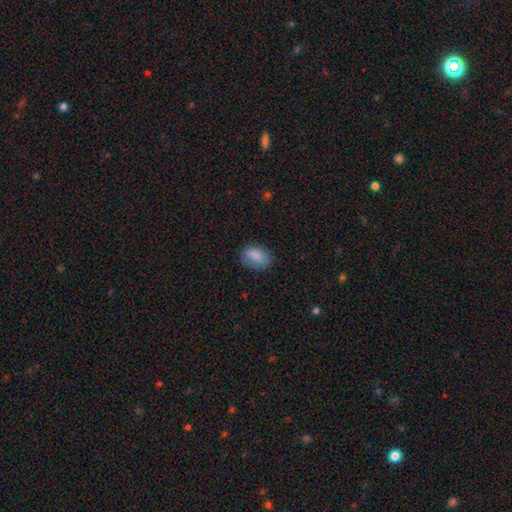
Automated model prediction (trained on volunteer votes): Overall: smooth (84%). How rounded: in between (83%). Merging: none (72%).